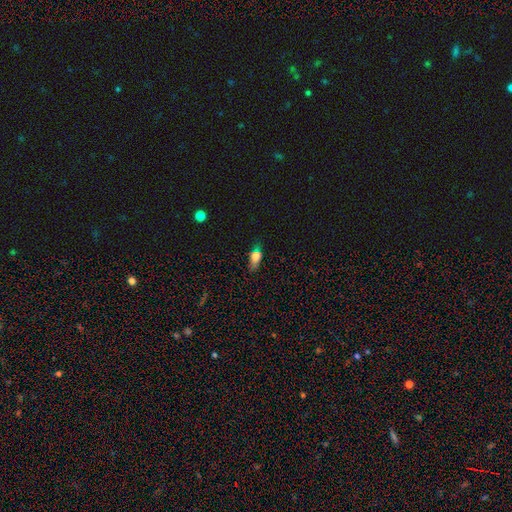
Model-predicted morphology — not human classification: Q: Smooth or featured?
A: smooth (72%); runner-up: star or artifact (14%)
Q: How rounded?
A: in between (75%); runner-up: cigar-shaped (18%)
Q: Merging?
A: none (68%); runner-up: minor disturbance (22%)